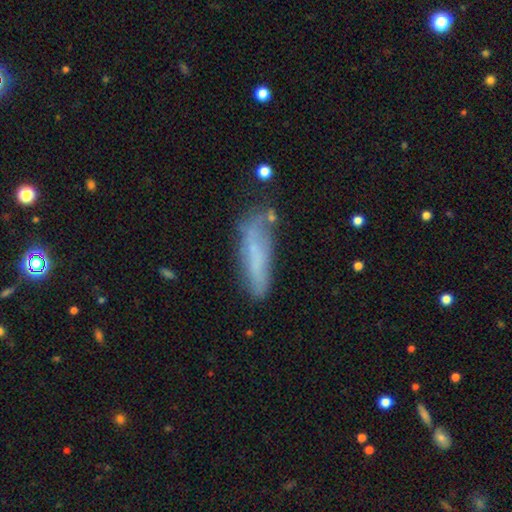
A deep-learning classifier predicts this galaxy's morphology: Q: Smooth or featured?
A: smooth (56%); runner-up: featured or disk (34%)
Q: How rounded?
A: cigar-shaped (70%); runner-up: in between (28%)
Q: Merging?
A: none (61%); runner-up: minor disturbance (24%)